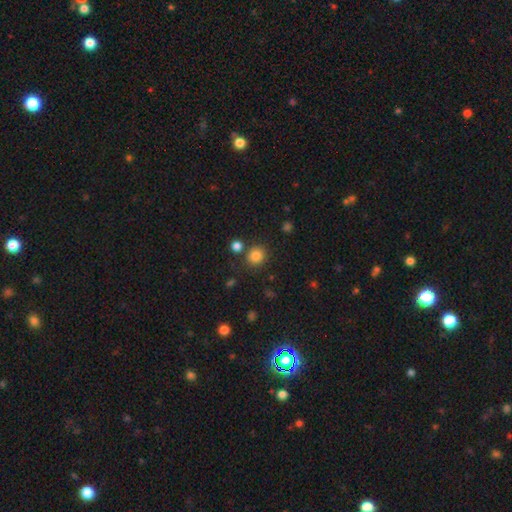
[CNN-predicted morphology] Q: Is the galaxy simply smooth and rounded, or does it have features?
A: smooth — 83%.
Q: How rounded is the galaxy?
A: round — 83%.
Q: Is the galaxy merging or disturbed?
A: none — 80%.